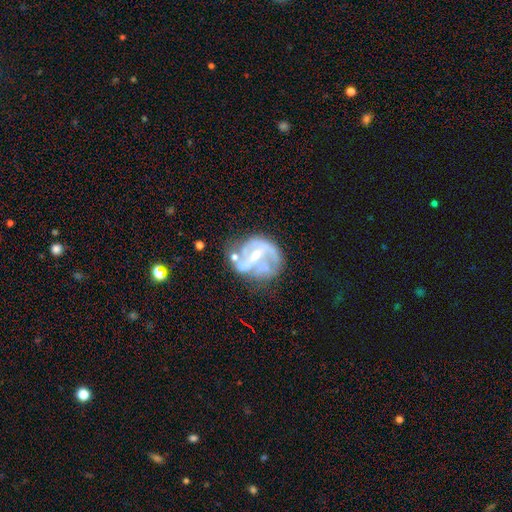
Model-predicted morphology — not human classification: A featured or disk galaxy (83%) with a weak bar (37%), 2 (50%) medium (45%) spiral arms (81%) and a small central bulge (51%).

Vote fractions:
- Smooth or featured? featured or disk: 83% / smooth: 9% / star or artifact: 8%
- Edge-on disk? no: 97% / yes: 3%
- Bar? weak: 37% / strong: 35% / no: 29%
- Spiral arms? yes: 81% / no: 19%
- Spiral winding? medium: 45% / loose: 33% / tight: 23%
- Spiral arm count? 2: 50% / 3: 20% / can't tell: 18% / 1: 5% / 4: 4% / more than 4: 3%
- Bulge size? small: 51% / moderate: 44% / none: 2% / large: 2% / dominant: 1%
- Merging? none: 43% / minor disturbance: 23% / major disturbance: 23% / merger: 11%